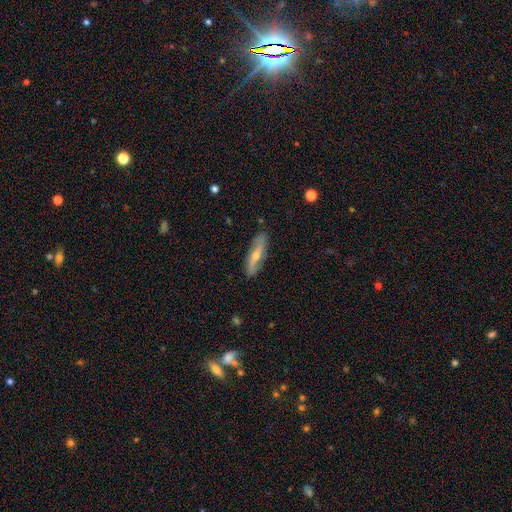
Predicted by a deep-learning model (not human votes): featured or disk 63%, smooth 31%, star or artifact 7%. Down the decision tree: edge-on disk — no (53%); merging — none (85%).